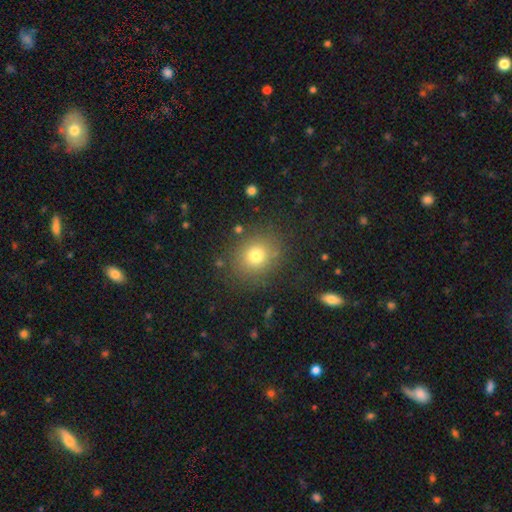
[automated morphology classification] Overall: smooth (75%). How rounded: round (78%). Merging: none (83%).